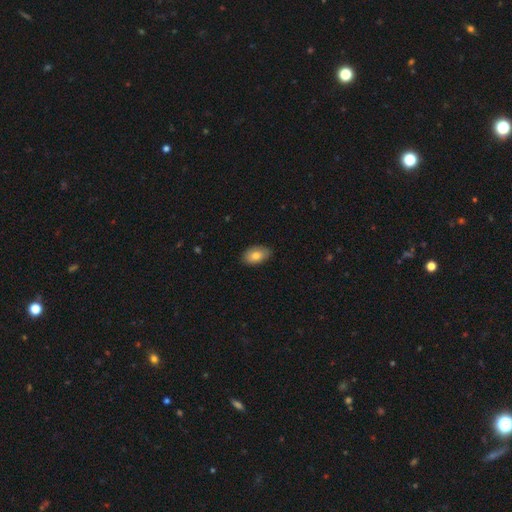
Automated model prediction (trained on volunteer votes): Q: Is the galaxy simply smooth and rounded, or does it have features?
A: smooth — 81%.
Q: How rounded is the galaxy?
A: in between — 91%.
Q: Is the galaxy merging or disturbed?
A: none — 85%.